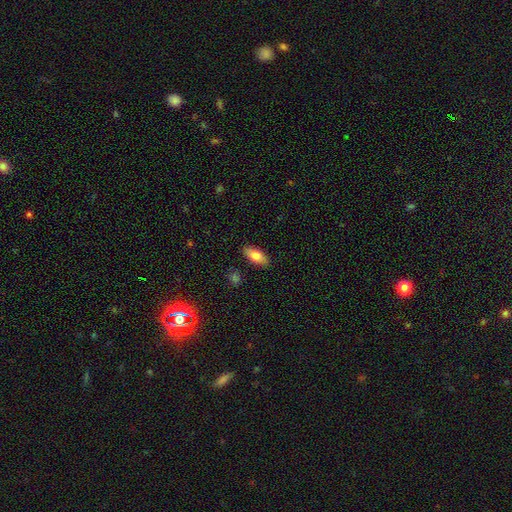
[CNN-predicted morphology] Overall: smooth (78%). How rounded: in between (84%). Merging: none (88%).